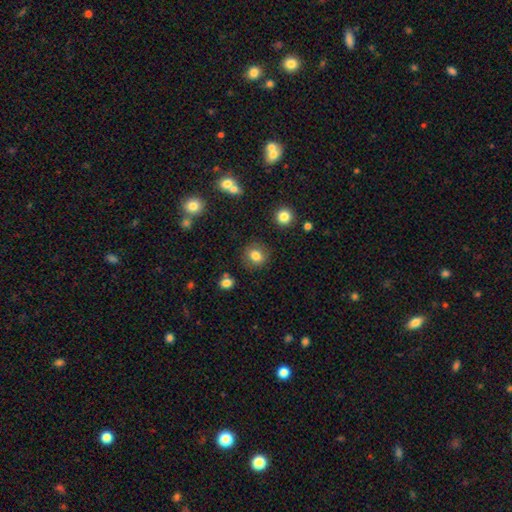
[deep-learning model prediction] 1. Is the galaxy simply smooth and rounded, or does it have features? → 80% smooth, 10% star or artifact, 10% featured or disk.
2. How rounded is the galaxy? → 80% round, 19% in between, 1% cigar-shaped.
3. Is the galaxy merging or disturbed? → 85% none, 10% minor disturbance, 3% major disturbance, 2% merger.